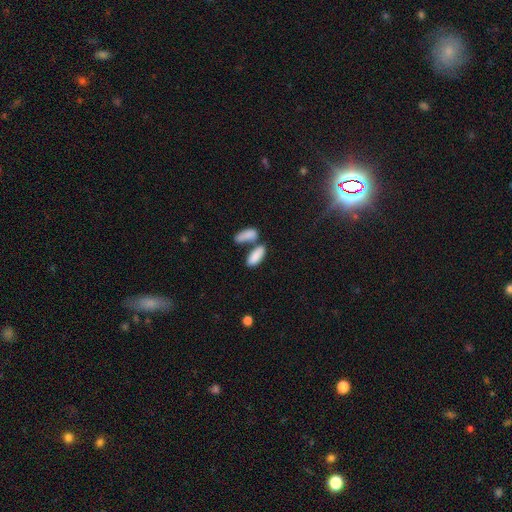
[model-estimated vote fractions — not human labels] smooth 85%, featured or disk 8%, star or artifact 7%. Down the decision tree: how rounded — in between (77%); merging — merger (48%).